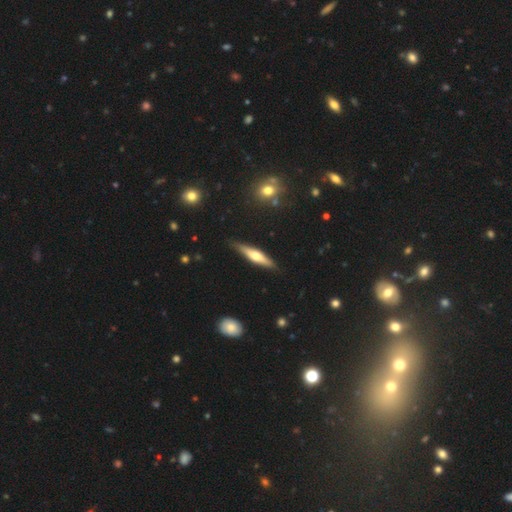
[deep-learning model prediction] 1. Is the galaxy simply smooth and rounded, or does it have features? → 52% featured or disk, 43% smooth, 6% star or artifact.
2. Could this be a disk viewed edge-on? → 91% yes, 9% no.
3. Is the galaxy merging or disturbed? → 85% none, 11% minor disturbance, 2% major disturbance, 1% merger.